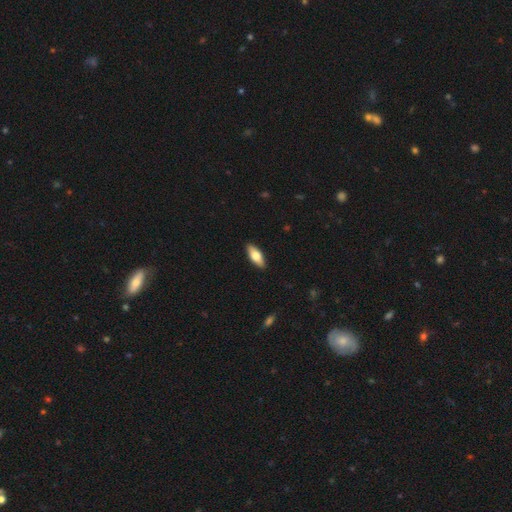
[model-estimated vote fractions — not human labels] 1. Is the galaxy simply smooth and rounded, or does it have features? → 68% smooth, 26% featured or disk, 6% star or artifact.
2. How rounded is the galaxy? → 74% in between, 24% cigar-shaped, 2% round.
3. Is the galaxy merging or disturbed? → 90% none, 8% minor disturbance, 2% major disturbance, 1% merger.